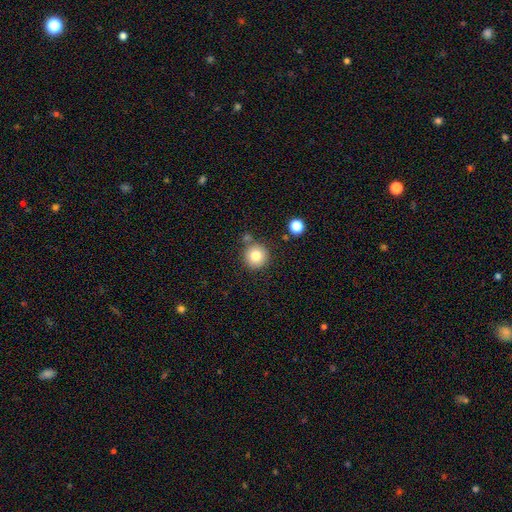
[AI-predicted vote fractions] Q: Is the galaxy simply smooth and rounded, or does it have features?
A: smooth — 82%.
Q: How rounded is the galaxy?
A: round — 95%.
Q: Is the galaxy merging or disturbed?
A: none — 78%.